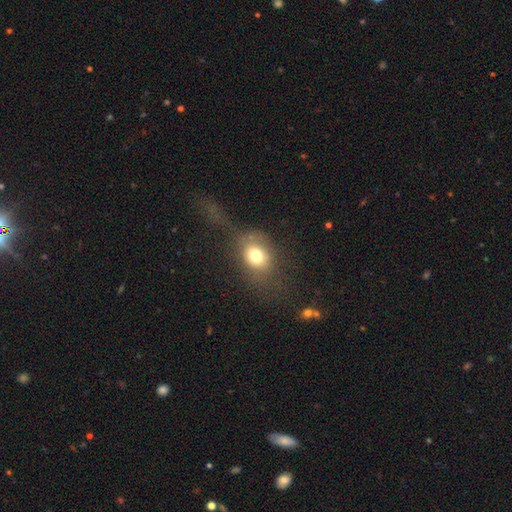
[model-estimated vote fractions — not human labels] Q: Smooth or featured?
A: smooth (72%); runner-up: featured or disk (17%)
Q: How rounded?
A: in between (52%); runner-up: round (46%)
Q: Merging?
A: none (45%); runner-up: major disturbance (30%)